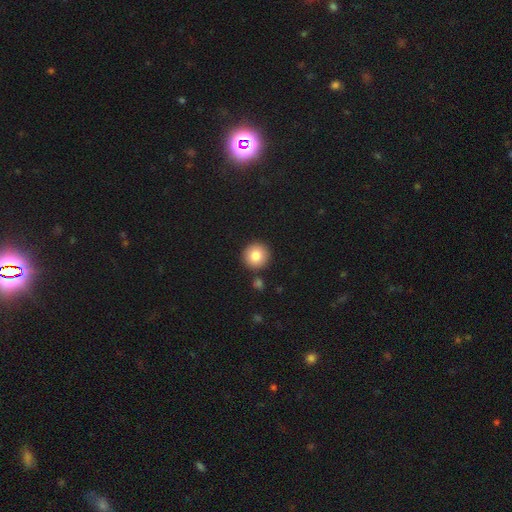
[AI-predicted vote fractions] A smooth galaxy with no disk features (83%) that is round (94%). Merging: none (87%).